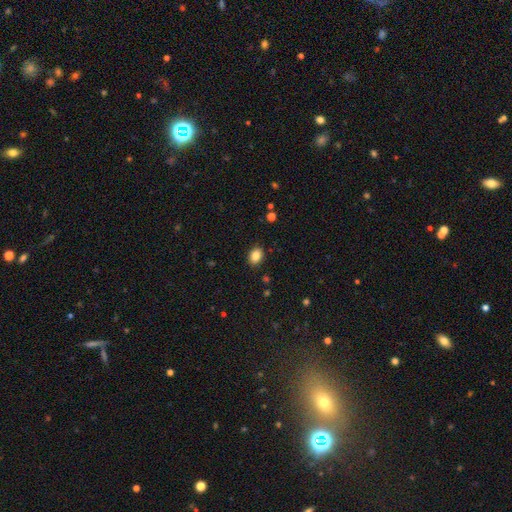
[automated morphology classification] smooth-or-featured: smooth: 85% | star or artifact: 10% | featured or disk: 6%
  how-rounded: in between: 67% | round: 32% | cigar-shaped: 1%
  merging: none: 88% | minor disturbance: 8% | major disturbance: 2% | merger: 1%